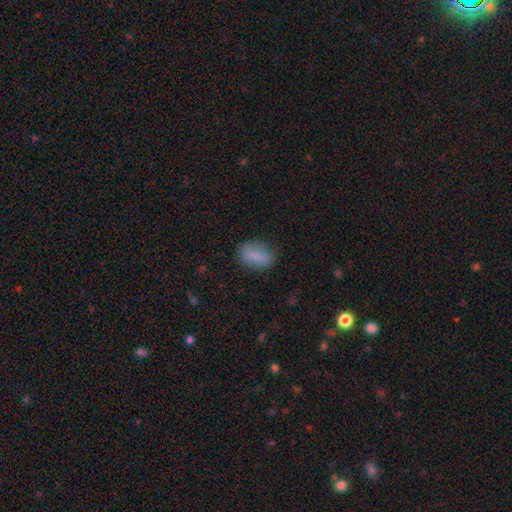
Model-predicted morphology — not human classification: Smooth or featured? smooth (78%)
How rounded? in between (81%)
Merging? none (77%)